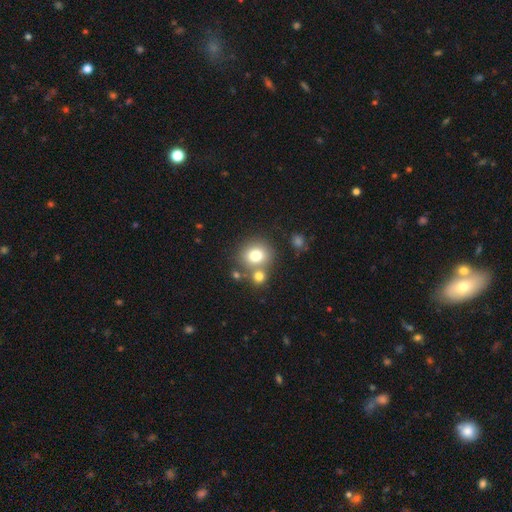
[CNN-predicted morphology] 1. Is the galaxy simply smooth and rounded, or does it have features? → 75% smooth, 13% star or artifact, 12% featured or disk.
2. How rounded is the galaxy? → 84% round, 15% in between, 1% cigar-shaped.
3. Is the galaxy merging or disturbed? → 61% none, 26% merger, 9% minor disturbance, 4% major disturbance.